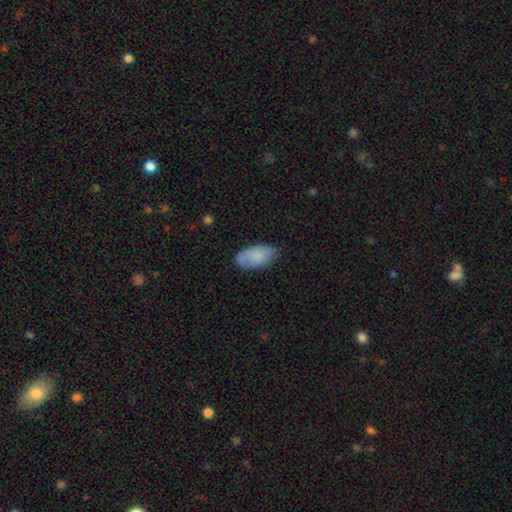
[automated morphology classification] The model was most divided on "merging": none: 74%, minor disturbance: 20%, major disturbance: 4%, merger: 1%. More confident: how rounded — in between (94%); smooth or featured — smooth (82%).